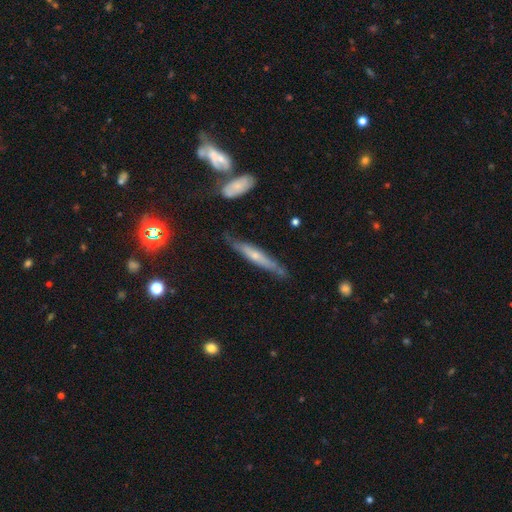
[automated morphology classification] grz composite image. It shows a featured or disk galaxy (56%) viewed edge-on (85%). Merging: none (71%).